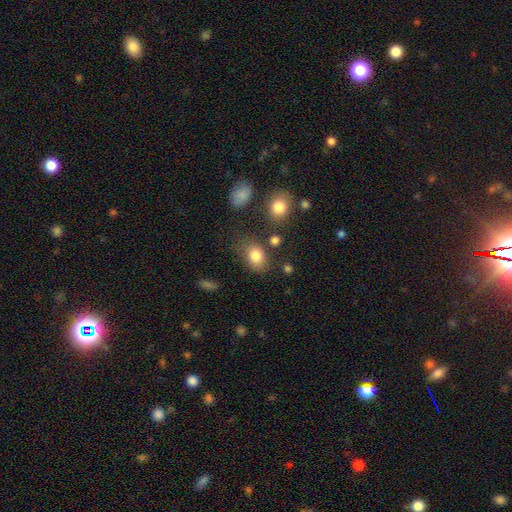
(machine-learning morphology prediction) Overall: smooth (82%). How rounded: in between (70%). Merging: none (66%).